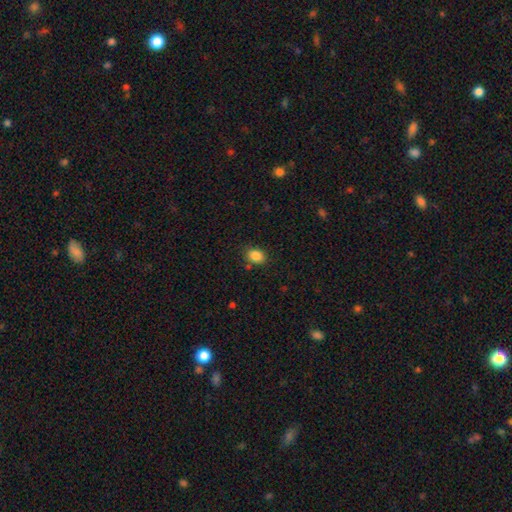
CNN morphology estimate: smooth 86%, star or artifact 10%, featured or disk 4%. Down the decision tree: how rounded — in between (59%); merging — none (81%).